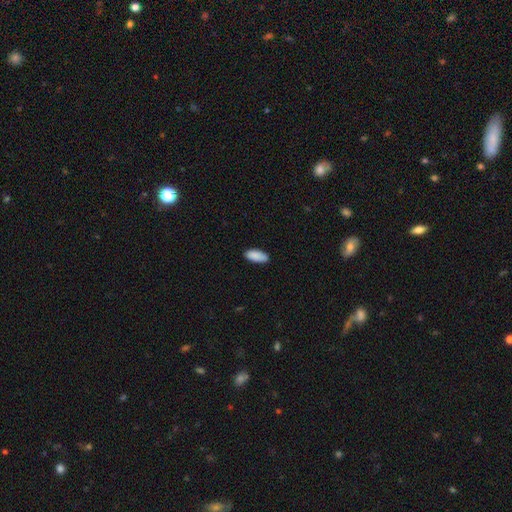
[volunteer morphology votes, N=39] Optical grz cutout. It shows a smooth galaxy with no disk features (97%) that is in between round and cigar-shaped (95%). Merging: none (89%).